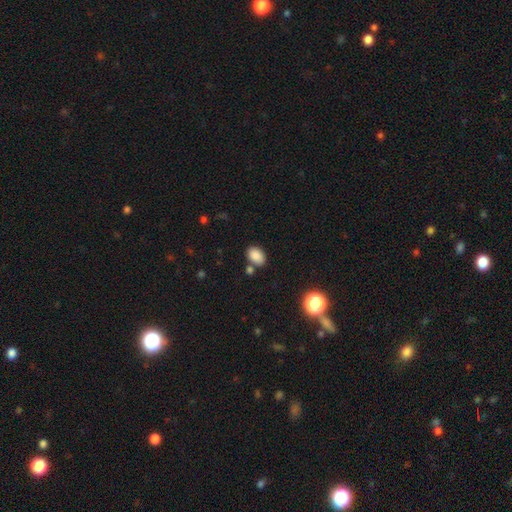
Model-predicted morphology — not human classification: This is clearly a smooth galaxy (86%). How rounded: clearly in between (83%). Merging: likely none (74%).